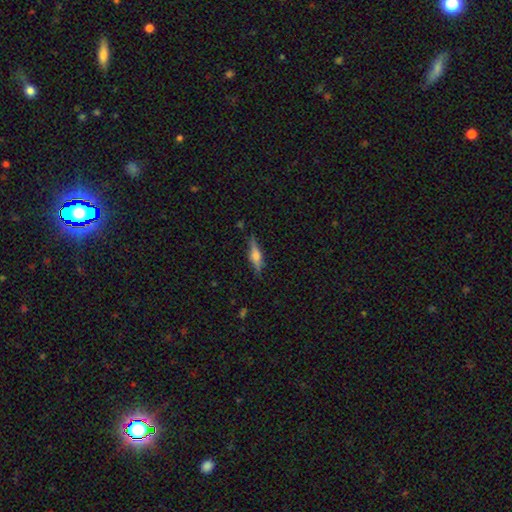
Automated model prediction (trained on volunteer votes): Q: Smooth or featured?
A: featured or disk (50%); runner-up: smooth (42%)
Q: Merging?
A: none (81%); runner-up: minor disturbance (14%)